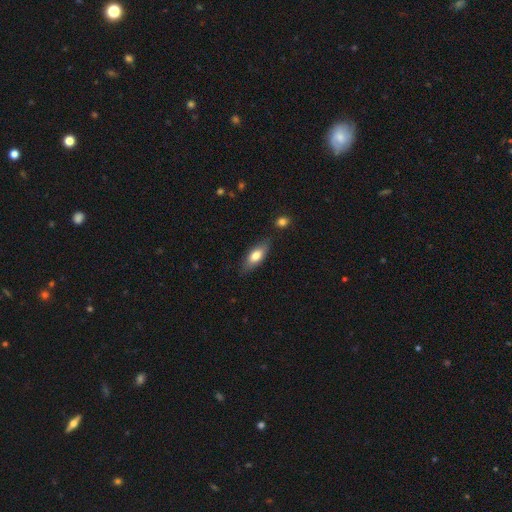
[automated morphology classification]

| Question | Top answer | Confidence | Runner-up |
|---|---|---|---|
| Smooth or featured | smooth | 73% | featured or disk (20%) |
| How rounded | in between | 73% | cigar-shaped (24%) |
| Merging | none | 79% | minor disturbance (15%) |